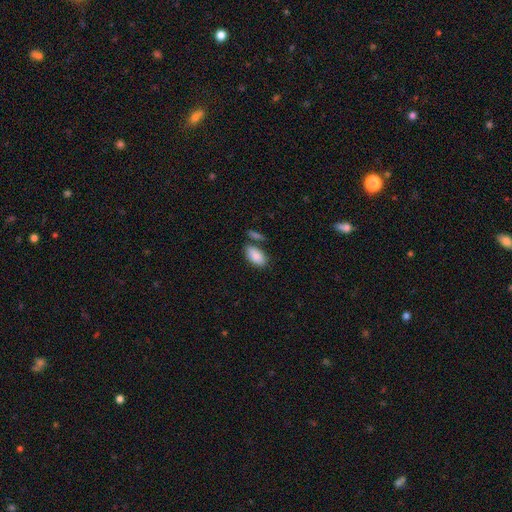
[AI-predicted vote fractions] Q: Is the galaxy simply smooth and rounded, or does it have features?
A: smooth — 87%.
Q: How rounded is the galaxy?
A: in between — 93%.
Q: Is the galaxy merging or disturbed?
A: none — 65%.